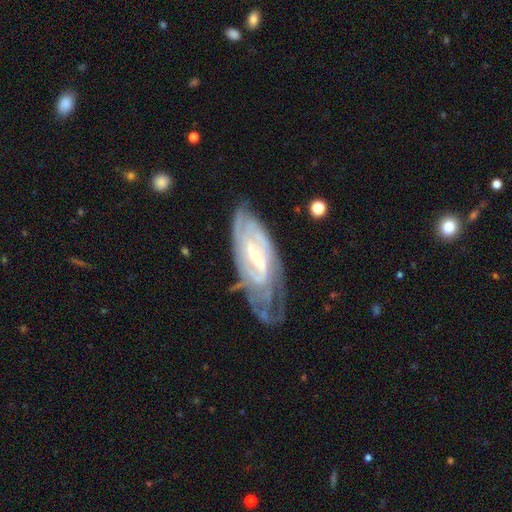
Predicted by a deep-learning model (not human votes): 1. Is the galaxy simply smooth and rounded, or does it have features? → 86% featured or disk, 9% smooth, 5% star or artifact.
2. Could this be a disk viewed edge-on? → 91% no, 9% yes.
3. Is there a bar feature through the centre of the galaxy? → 47% strong, 38% weak, 14% no.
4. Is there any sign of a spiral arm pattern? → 92% yes, 8% no.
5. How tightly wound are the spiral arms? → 61% tight, 30% medium, 9% loose.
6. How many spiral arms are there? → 42% can't tell, 30% 2, 12% 3, 8% 4, 4% more than 4, 4% 1.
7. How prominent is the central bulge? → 63% small, 31% moderate, 2% none, 2% large, 1% dominant.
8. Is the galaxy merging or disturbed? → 57% none, 26% minor disturbance, 15% major disturbance, 3% merger.